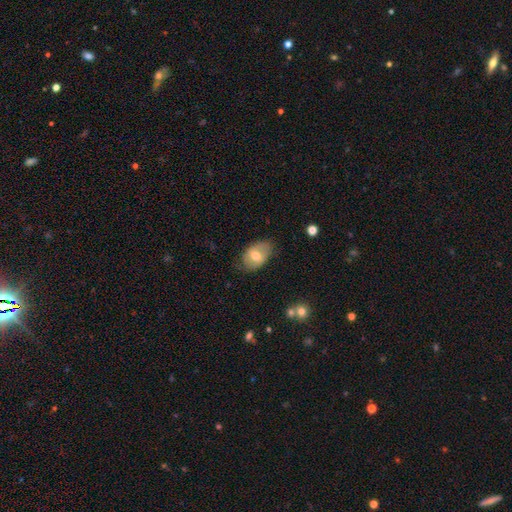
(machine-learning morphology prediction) A smooth galaxy with no disk features (64%) that is in between round and cigar-shaped (86%).

Vote fractions:
- Smooth or featured? smooth: 64% / featured or disk: 29% / star or artifact: 7%
- How rounded? in between: 86% / round: 13% / cigar-shaped: 1%
- Merging? none: 75% / minor disturbance: 19% / major disturbance: 4% / merger: 1%